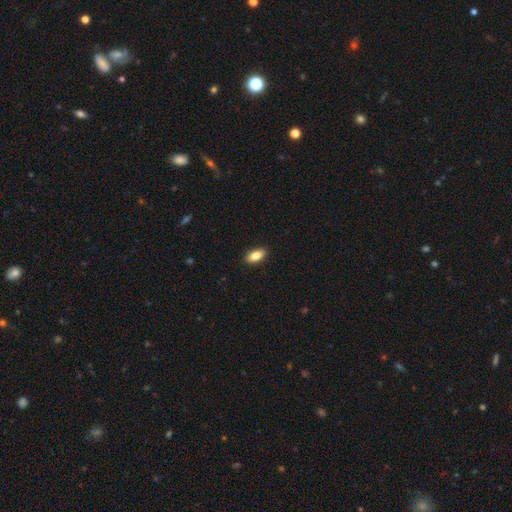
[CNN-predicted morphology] smooth_or_featured: smooth (p=0.85) [alt: featured or disk p=0.08]
how_rounded: in between (p=0.90) [alt: cigar-shaped p=0.07]
merging: none (p=0.90) [alt: minor disturbance p=0.08]